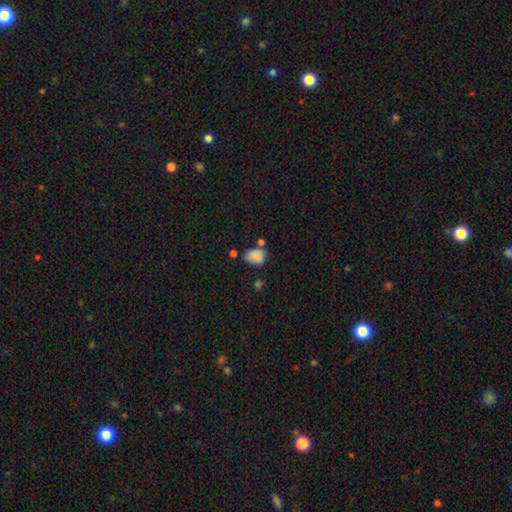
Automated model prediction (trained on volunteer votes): Smooth or featured? smooth (83%)
How rounded? in between (77%)
Merging? none (55%)